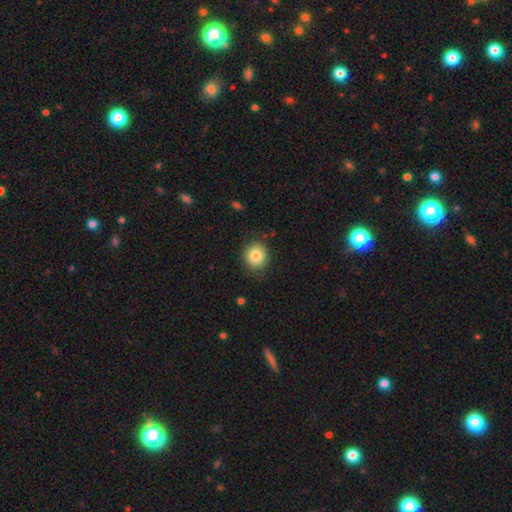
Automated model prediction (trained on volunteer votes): Smooth or featured? Predicted: smooth (p=0.84). How rounded? Predicted: round (p=0.83). Merging? Predicted: none (p=0.85).